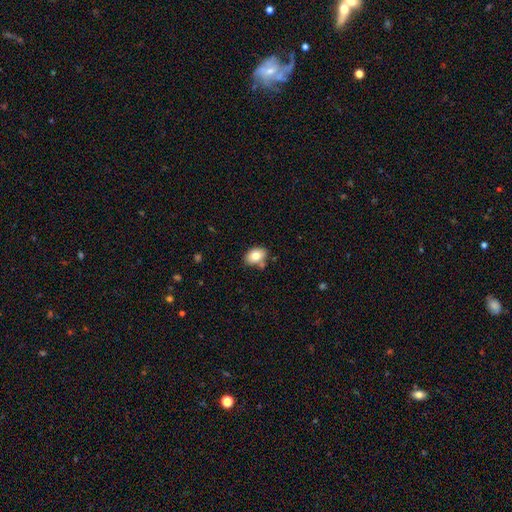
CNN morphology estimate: Smooth or featured?
  - smooth: 79% *
  - featured or disk: 12%
  - star or artifact: 8%
How rounded?
  - in between: 77% *
  - round: 22%
  - cigar-shaped: 1%
Merging?
  - none: 73% *
  - minor disturbance: 15%
  - merger: 8%
  - major disturbance: 3%